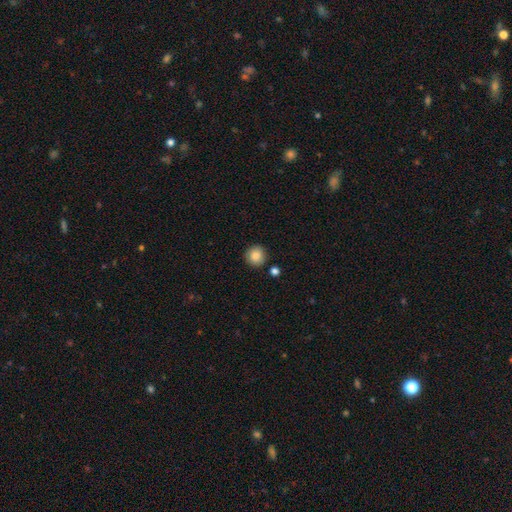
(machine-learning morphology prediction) smooth 87%, star or artifact 9%, featured or disk 4%. Down the decision tree: how rounded — round (92%); merging — none (88%).